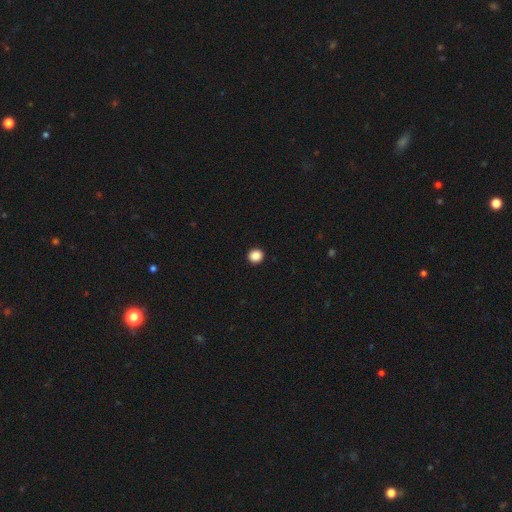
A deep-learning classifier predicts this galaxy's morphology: A smooth galaxy with no disk features (87%) that is round (92%). Merging: none (94%).